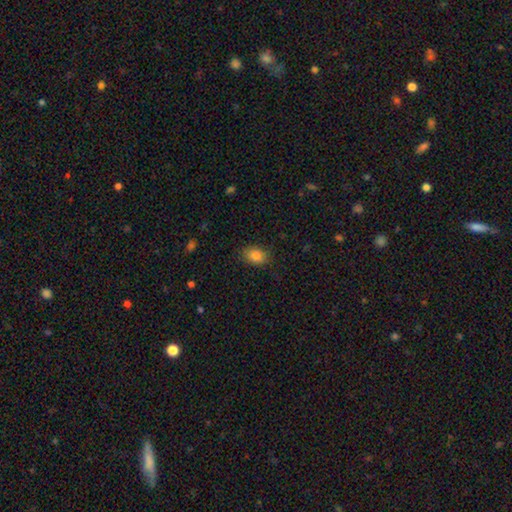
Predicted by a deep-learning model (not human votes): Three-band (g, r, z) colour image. It shows a smooth galaxy with no disk features (84%) that is in between round and cigar-shaped (77%). Merging: none (85%).